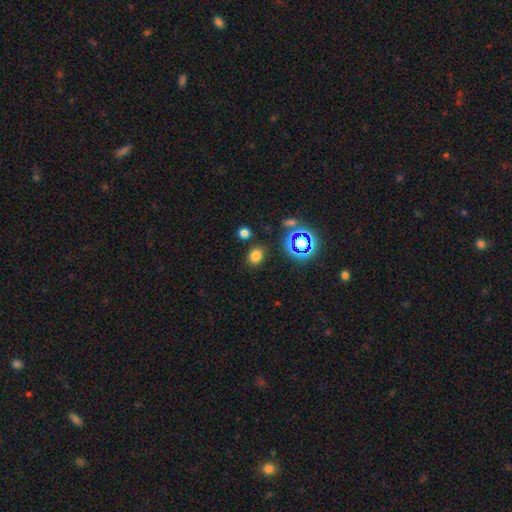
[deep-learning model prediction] A smooth galaxy with no disk features (72%) that is round (53%). Merging: none (84%).